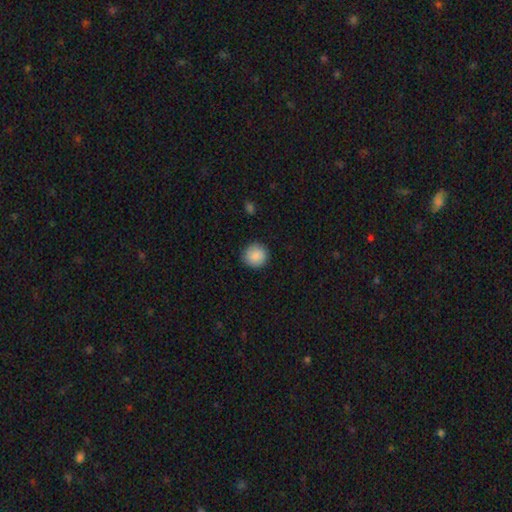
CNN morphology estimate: This appears to be a smooth galaxy with no disk features (88%) that is round (93%). Merging: none (90%).